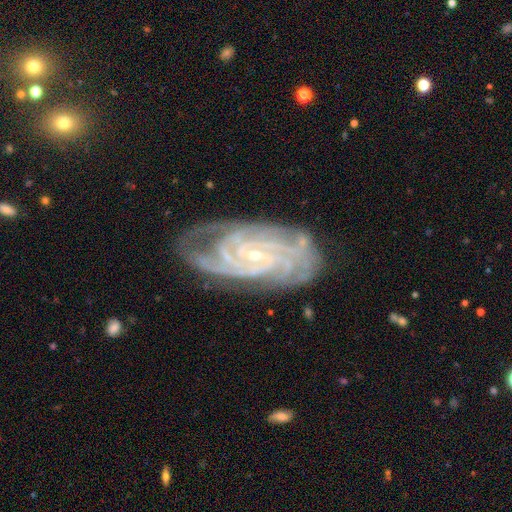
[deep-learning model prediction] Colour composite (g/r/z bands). It shows a featured or disk galaxy (90%) with no bar (53%), 4 (29%) tight (75%) spiral arms (98%) and a small central bulge (83%). Merging: none (73%).